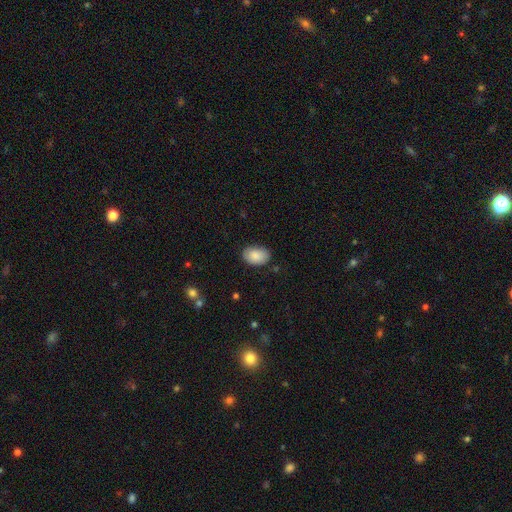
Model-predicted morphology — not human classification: A smooth galaxy with no disk features (87%) that is in between round and cigar-shaped (88%). Merging: none (80%).